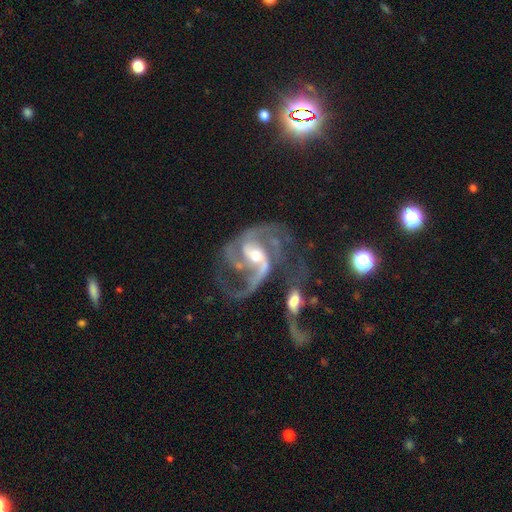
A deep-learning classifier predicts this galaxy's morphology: smooth-or-featured: featured or disk: 91% | star or artifact: 5% | smooth: 4%
  disk-edge-on: no: 98% | yes: 2%
    bar: weak: 44% | strong: 30% | no: 26%
    has-spiral-arms: yes: 97% | no: 3%
      spiral-winding: medium: 50% | loose: 36% | tight: 14%
      spiral-arm-count: 2: 57% | 3: 19% | can't tell: 9% | 1: 6% | 4: 5% | more than 4: 4%
    bulge-size: moderate: 60% | small: 23% | large: 12% | none: 3% | dominant: 2%
  merging: major disturbance: 31% | none: 29% | merger: 25% | minor disturbance: 14%